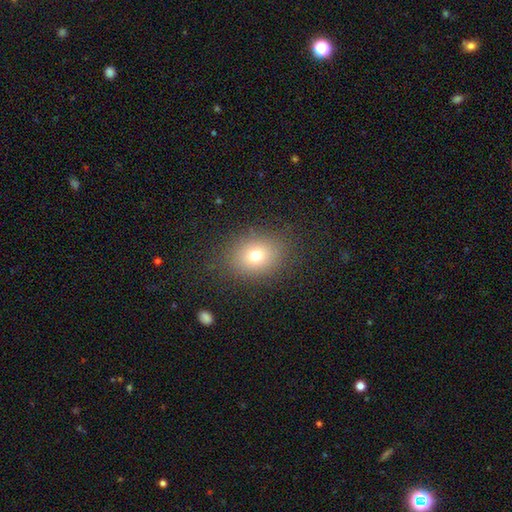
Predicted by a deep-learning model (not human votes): A smooth galaxy with no disk features (73%) that is in between round and cigar-shaped (50%). Merging: none (84%).